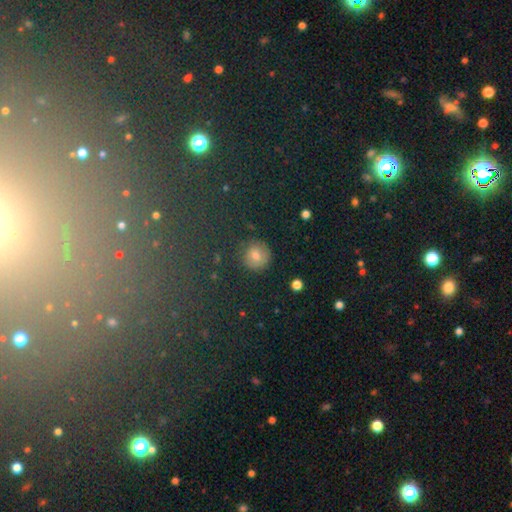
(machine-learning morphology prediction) smooth 75%, star or artifact 15%, featured or disk 11%. Down the decision tree: how rounded — round (92%); merging — none (84%).